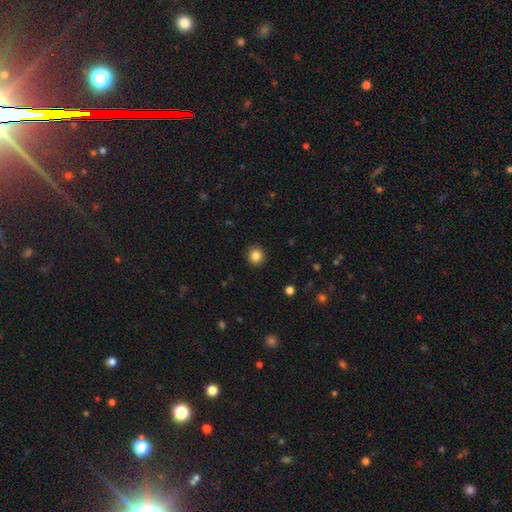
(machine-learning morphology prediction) The model was most divided on "smooth or featured": smooth: 85%, star or artifact: 10%, featured or disk: 4%. More confident: merging — none (92%); how rounded — round (89%).